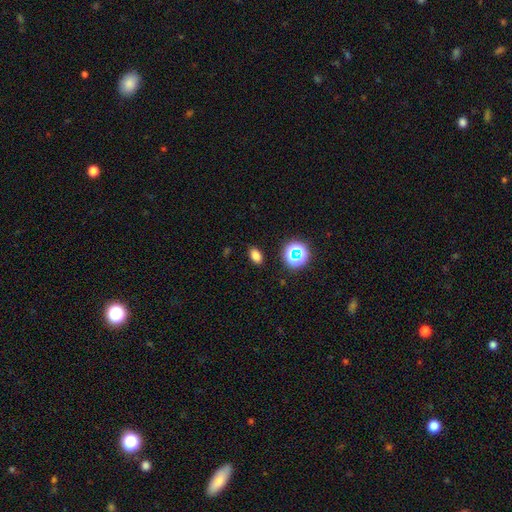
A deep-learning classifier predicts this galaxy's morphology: Smooth or featured? Predicted: smooth (p=0.77). How rounded? Predicted: in between (p=0.84). Merging? Predicted: none (p=0.88).